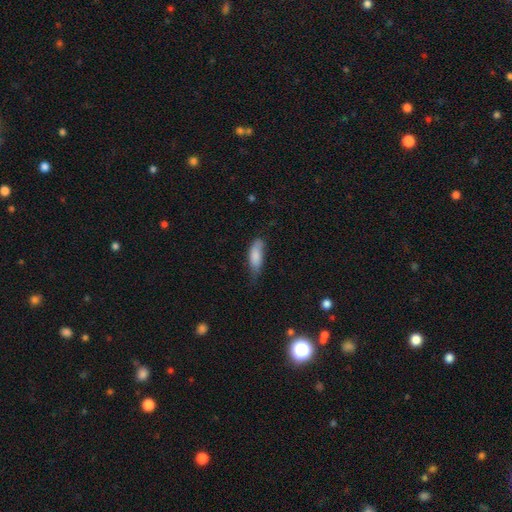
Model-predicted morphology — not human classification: A smooth galaxy with no disk features (83%) that is in between round and cigar-shaped (67%).

Vote fractions:
- Smooth or featured? smooth: 83% / featured or disk: 11% / star or artifact: 6%
- How rounded? in between: 67% / cigar-shaped: 31% / round: 2%
- Merging? none: 47% / minor disturbance: 40% / major disturbance: 11% / merger: 2%